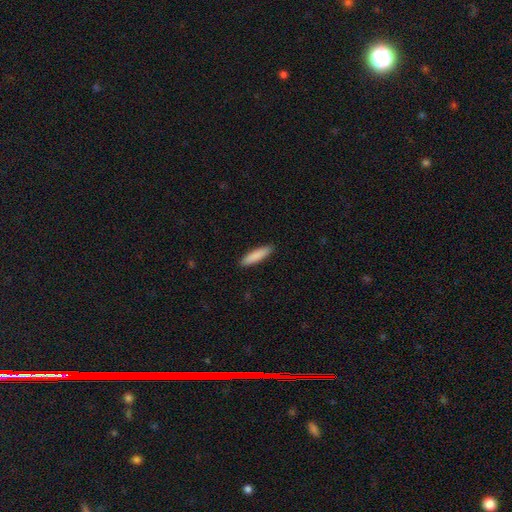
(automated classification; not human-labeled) This appears to be a smooth galaxy with no disk features (87%) that is cigar-shaped (74%). Merging: none (90%).